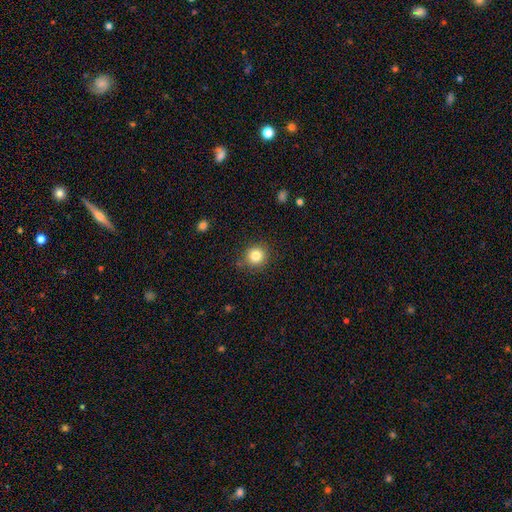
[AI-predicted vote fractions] The model was most divided on "smooth or featured": smooth: 82%, star or artifact: 11%, featured or disk: 6%. More confident: how rounded — round (92%); merging — none (85%).